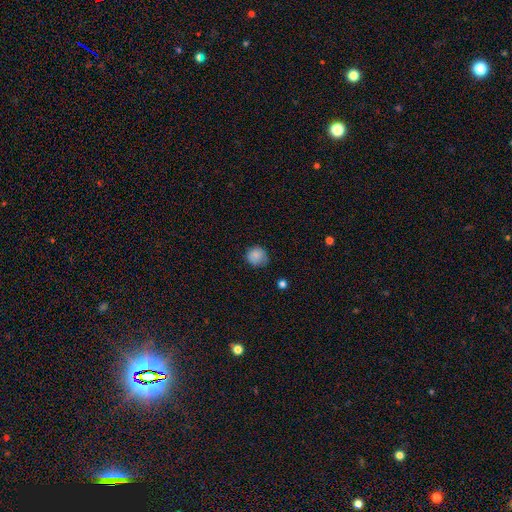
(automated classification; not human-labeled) Smooth or featured?
  - smooth: 85% *
  - star or artifact: 9%
  - featured or disk: 6%
How rounded?
  - round: 90% *
  - in between: 9%
  - cigar-shaped: 1%
Merging?
  - none: 72% *
  - minor disturbance: 22%
  - major disturbance: 4%
  - merger: 1%